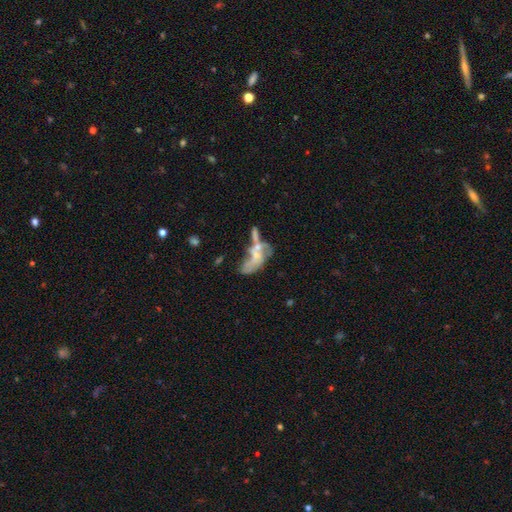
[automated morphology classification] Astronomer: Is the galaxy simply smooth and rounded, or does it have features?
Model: featured or disk — 58%.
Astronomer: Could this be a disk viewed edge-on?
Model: no — 91%.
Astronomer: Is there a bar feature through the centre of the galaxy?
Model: no — 78%.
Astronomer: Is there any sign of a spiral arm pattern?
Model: no — 59% (runner-up: yes, 41%).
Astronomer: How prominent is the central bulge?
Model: small — 47% (runner-up: moderate, 27%).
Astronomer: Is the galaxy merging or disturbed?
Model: merger — 45% (runner-up: major disturbance, 23%).